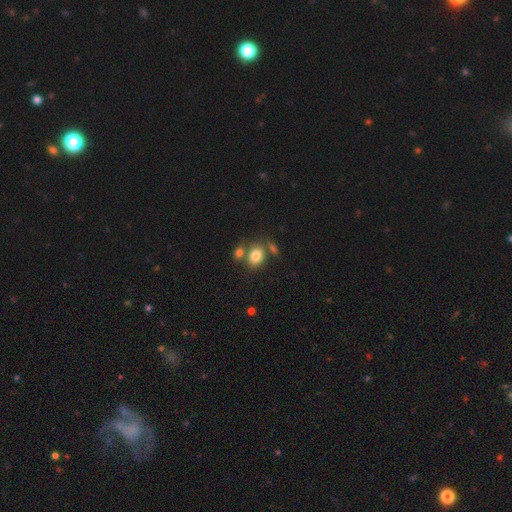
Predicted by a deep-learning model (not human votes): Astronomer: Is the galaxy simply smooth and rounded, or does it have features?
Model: smooth — 81%.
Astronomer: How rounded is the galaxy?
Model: in between — 53% (runner-up: round, 45%).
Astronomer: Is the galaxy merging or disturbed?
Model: none — 55%.